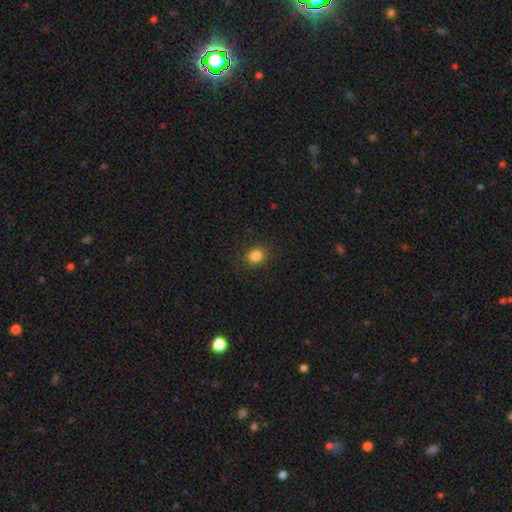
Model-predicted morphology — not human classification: A smooth galaxy with no disk features (84%) that is round (77%).

Vote fractions:
- Smooth or featured? smooth: 84% / star or artifact: 12% / featured or disk: 4%
- How rounded? round: 77% / in between: 22% / cigar-shaped: 1%
- Merging? none: 89% / minor disturbance: 7% / major disturbance: 3% / merger: 1%